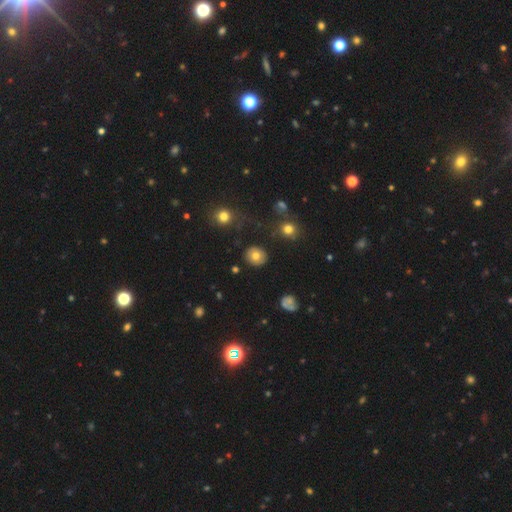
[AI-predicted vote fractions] A smooth galaxy with no disk features (75%) that is round (85%).

Vote fractions:
- Smooth or featured? smooth: 75% / featured or disk: 14% / star or artifact: 11%
- How rounded? round: 85% / in between: 14% / cigar-shaped: 1%
- Merging? none: 87% / minor disturbance: 8% / major disturbance: 3% / merger: 2%